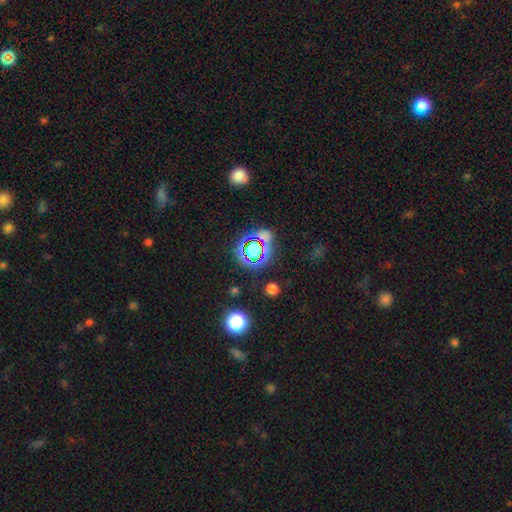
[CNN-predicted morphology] star or artifact 70%, smooth 20%, featured or disk 10%.